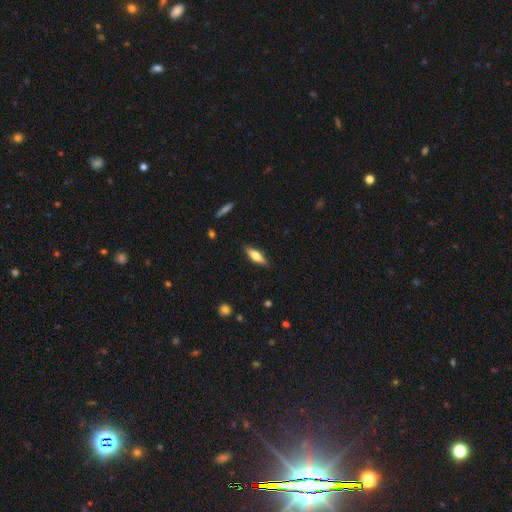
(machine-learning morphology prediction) Smooth or featured? smooth (47%)
Merging? none (88%)